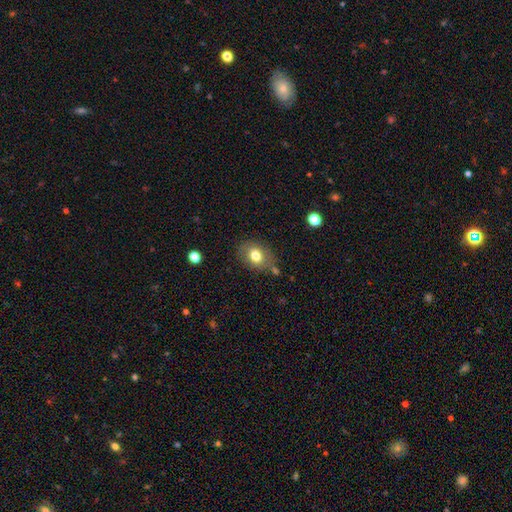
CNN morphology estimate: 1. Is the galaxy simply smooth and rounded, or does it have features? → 76% smooth, 15% featured or disk, 9% star or artifact.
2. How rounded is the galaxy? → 59% in between, 40% round, 1% cigar-shaped.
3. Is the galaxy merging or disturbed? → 70% none, 19% minor disturbance, 6% merger, 6% major disturbance.